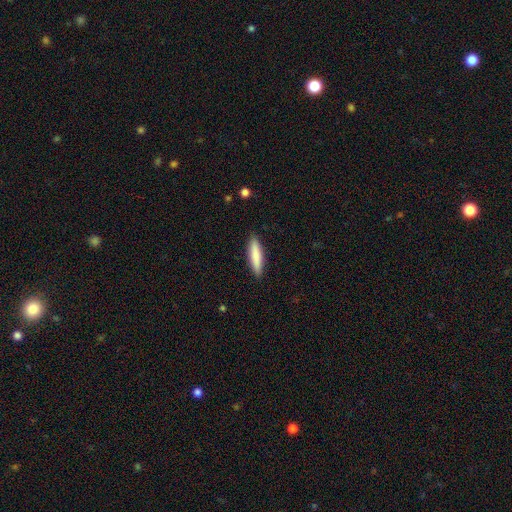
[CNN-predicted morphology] Smooth or featured?
  - smooth: 79% *
  - featured or disk: 15%
  - star or artifact: 5%
How rounded?
  - cigar-shaped: 81% *
  - in between: 18%
  - round: 1%
Merging?
  - none: 90% *
  - minor disturbance: 7%
  - major disturbance: 2%
  - merger: 1%